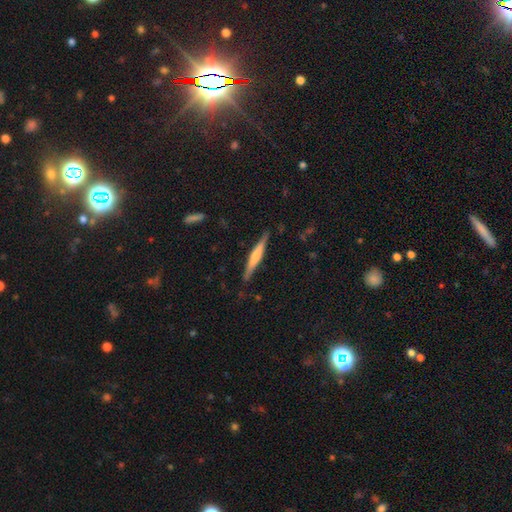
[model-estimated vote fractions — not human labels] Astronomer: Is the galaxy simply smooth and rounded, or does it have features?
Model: featured or disk — 53% (runner-up: smooth, 42%).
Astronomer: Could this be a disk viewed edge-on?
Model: yes — 97%.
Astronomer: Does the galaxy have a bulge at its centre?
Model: rounded — 46% (runner-up: none, 28%).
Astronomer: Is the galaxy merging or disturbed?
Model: none — 87%.